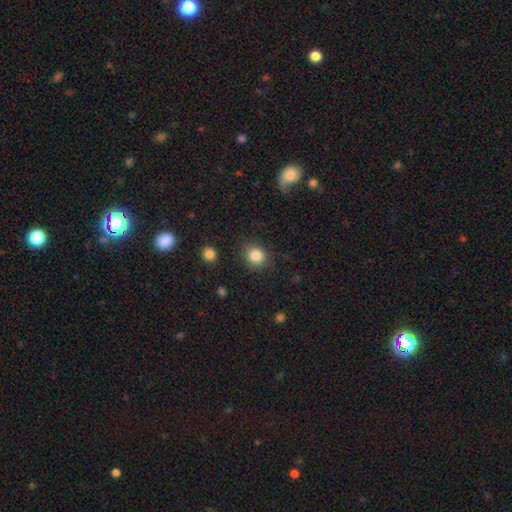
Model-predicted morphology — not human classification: A smooth galaxy with no disk features (85%) that is round (76%).

Vote fractions:
- Smooth or featured? smooth: 85% / star or artifact: 10% / featured or disk: 5%
- How rounded? round: 76% / in between: 23% / cigar-shaped: 1%
- Merging? none: 85% / minor disturbance: 10% / major disturbance: 3% / merger: 2%